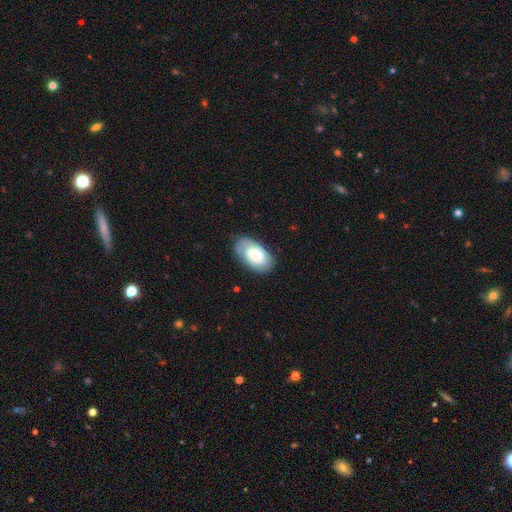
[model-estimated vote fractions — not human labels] Smooth or featured: smooth — 62% (featured or disk — 31%)
How rounded: in between — 94% (round — 4%)
Merging: none — 70% (minor disturbance — 22%)